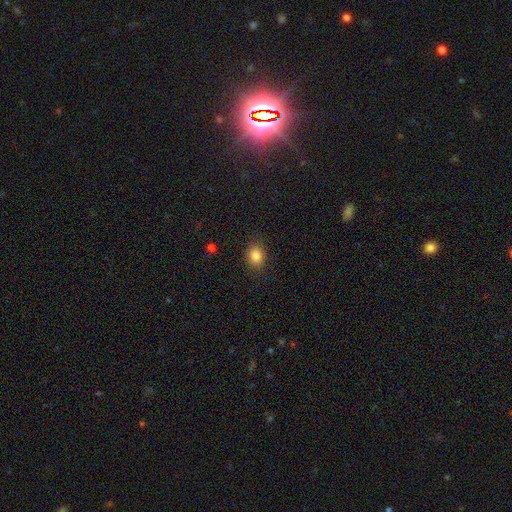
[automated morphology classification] Smooth or featured? smooth (85%)
How rounded? round (50%)
Merging? none (86%)